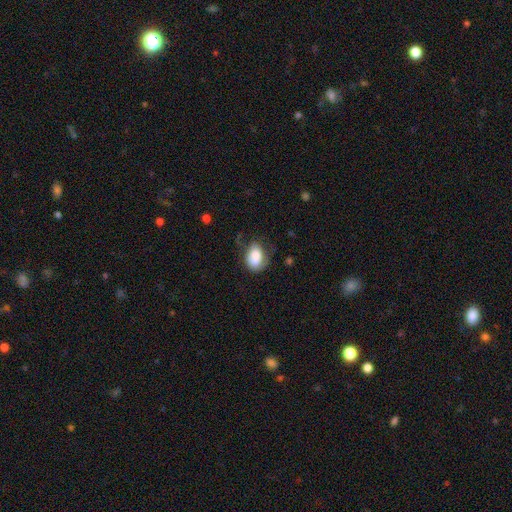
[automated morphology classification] Smooth or featured? Predicted: smooth (p=0.79). How rounded? Predicted: in between (p=0.83). Merging? Predicted: none (p=0.49).